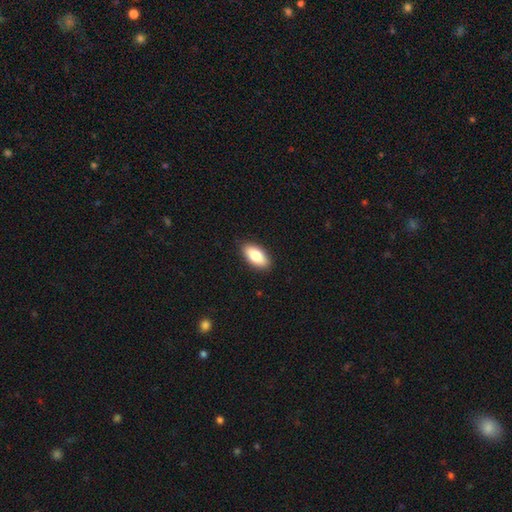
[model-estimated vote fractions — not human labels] A smooth galaxy with no disk features (81%) that is in between round and cigar-shaped (90%). Merging: none (89%).